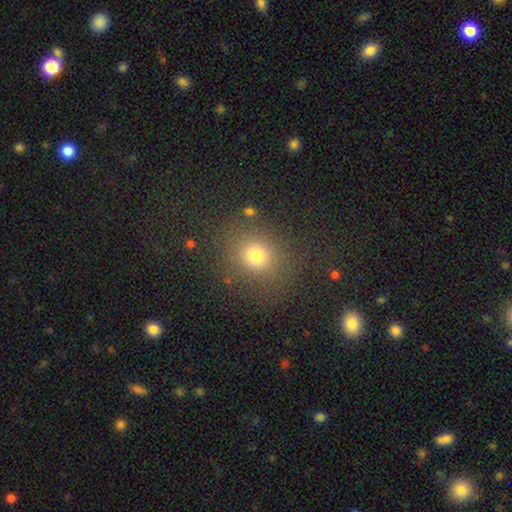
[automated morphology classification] Smooth or featured: smooth — 75% (star or artifact — 17%)
How rounded: round — 75% (in between — 24%)
Merging: none — 81% (minor disturbance — 10%)